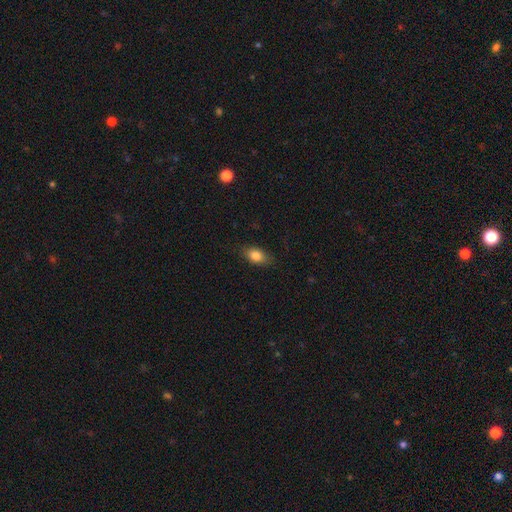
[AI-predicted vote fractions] A smooth galaxy with no disk features (81%) that is in between round and cigar-shaped (82%). Merging: none (82%).